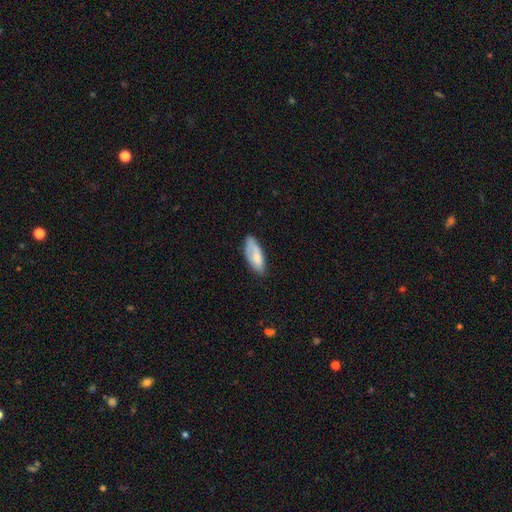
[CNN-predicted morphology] type=smooth (70%); roundness=in between (77%); merging=none (63%).